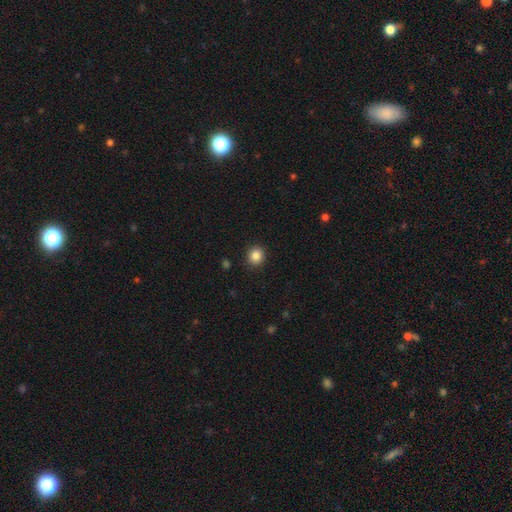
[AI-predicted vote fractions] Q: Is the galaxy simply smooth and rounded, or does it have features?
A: smooth — 86%.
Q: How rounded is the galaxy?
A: round — 87%.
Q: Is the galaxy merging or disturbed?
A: none — 91%.